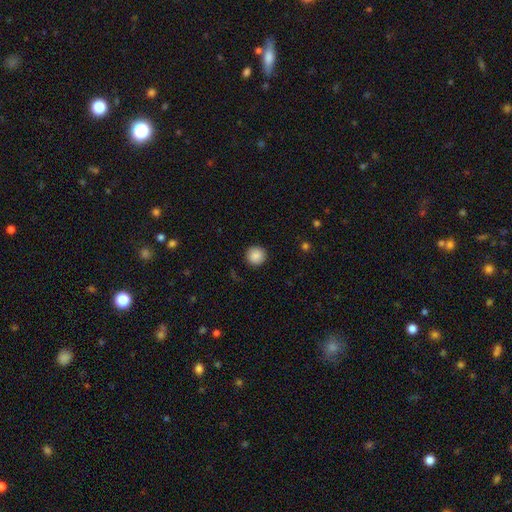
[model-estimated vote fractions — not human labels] smooth 88%, star or artifact 8%, featured or disk 4%. Down the decision tree: how rounded — round (95%); merging — none (90%).